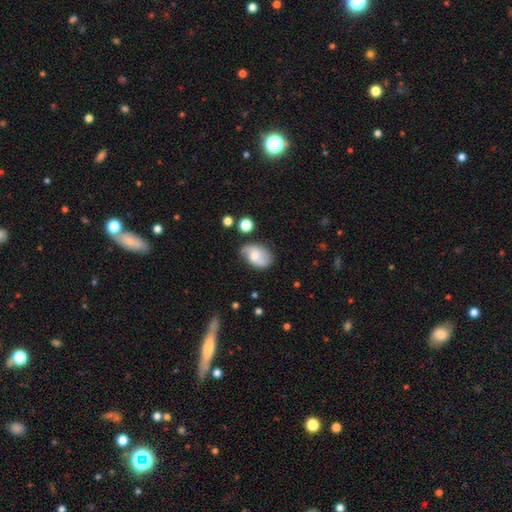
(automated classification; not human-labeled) Smooth or featured?
  - smooth: 47% *
  - featured or disk: 45%
  - star or artifact: 9%
Merging?
  - none: 61% *
  - minor disturbance: 27%
  - major disturbance: 8%
  - merger: 4%